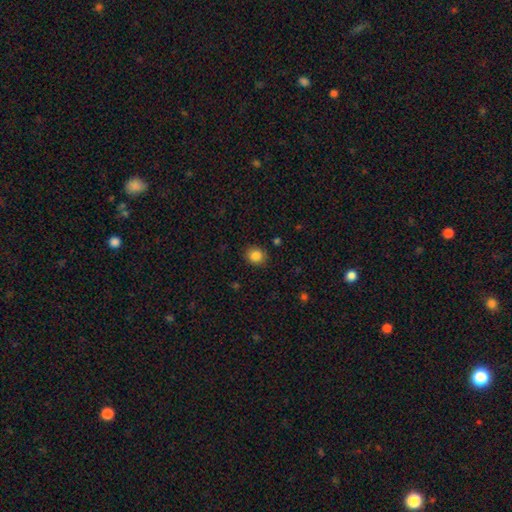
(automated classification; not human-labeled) A smooth galaxy with no disk features (85%) that is round (75%).

Vote fractions:
- Smooth or featured? smooth: 85% / star or artifact: 10% / featured or disk: 5%
- How rounded? round: 75% / in between: 24% / cigar-shaped: 1%
- Merging? none: 89% / minor disturbance: 8% / major disturbance: 2% / merger: 1%